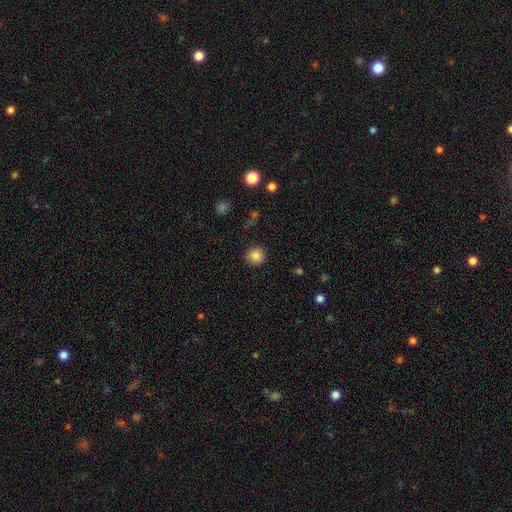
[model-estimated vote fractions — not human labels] The model was most divided on "smooth or featured": smooth: 85%, star or artifact: 10%, featured or disk: 5%. More confident: how rounded — round (94%); merging — none (91%).